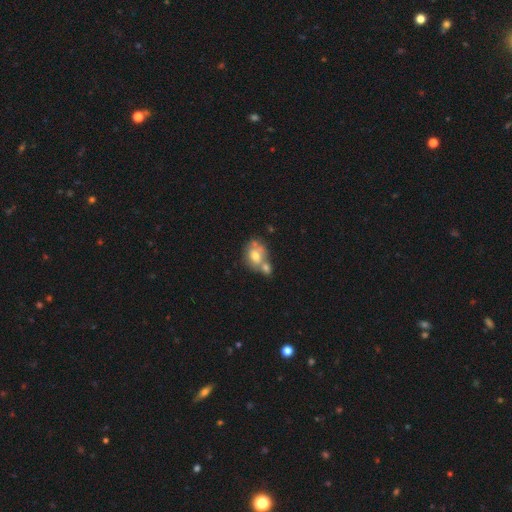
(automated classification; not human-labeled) This is likely a smooth galaxy (63%). How rounded: possibly in between (52%). Merging: possibly merger (54%).